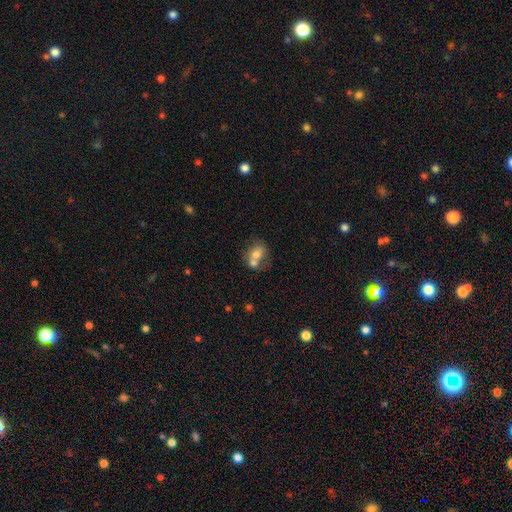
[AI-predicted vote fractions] Q: Smooth or featured?
A: smooth (68%); runner-up: featured or disk (23%)
Q: How rounded?
A: in between (57%); runner-up: round (41%)
Q: Merging?
A: merger (55%); runner-up: none (29%)